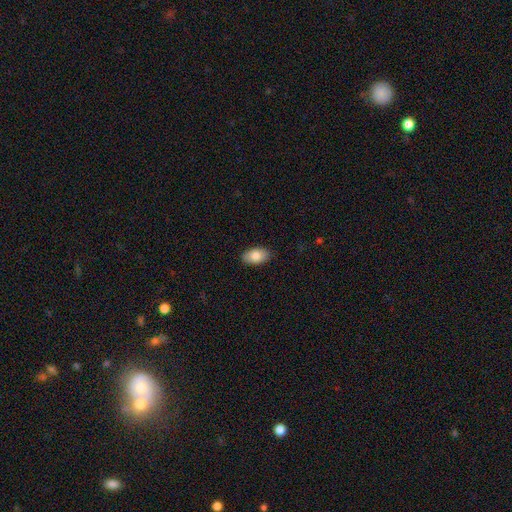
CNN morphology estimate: Smooth or featured? Predicted: smooth (p=0.82). How rounded? Predicted: in between (p=0.94). Merging? Predicted: none (p=0.89).